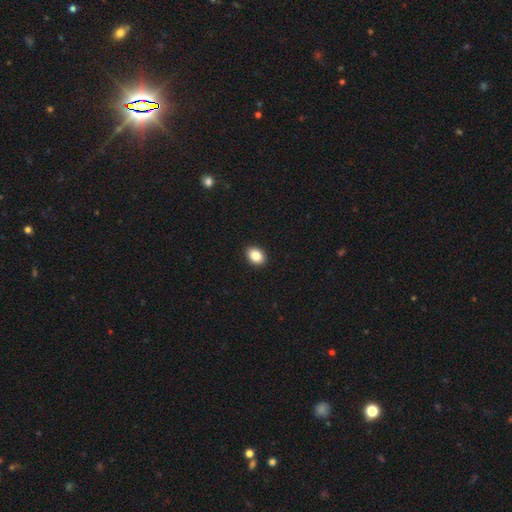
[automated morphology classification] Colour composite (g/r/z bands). It shows a smooth galaxy with no disk features (86%) that is in between round and cigar-shaped (71%). Merging: none (92%).